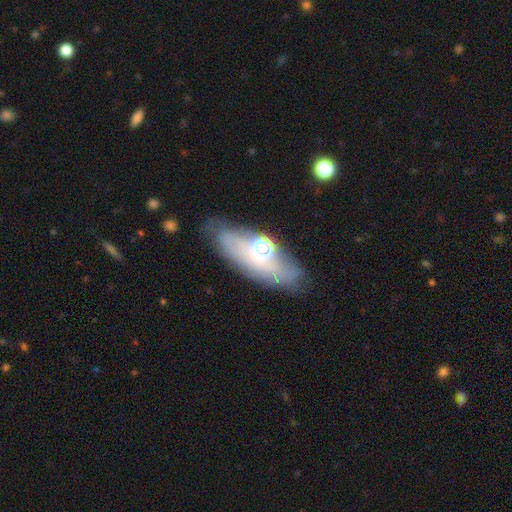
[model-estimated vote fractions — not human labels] This is possibly a featured or disk galaxy (51%). It is likely not viewed edge-on (68%). Merging: likely none (62%).